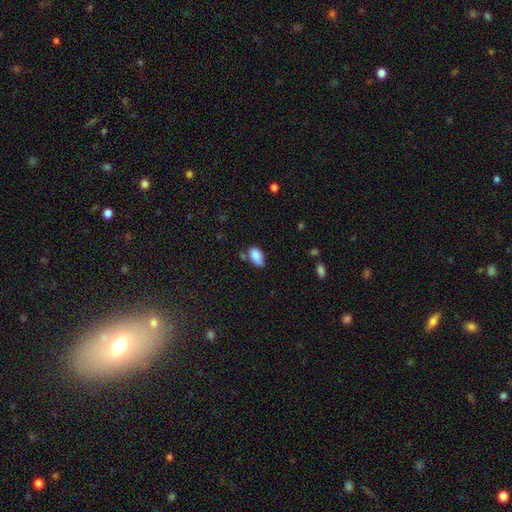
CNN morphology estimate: type=smooth (85%); roundness=in between (91%); merging=none (47%).